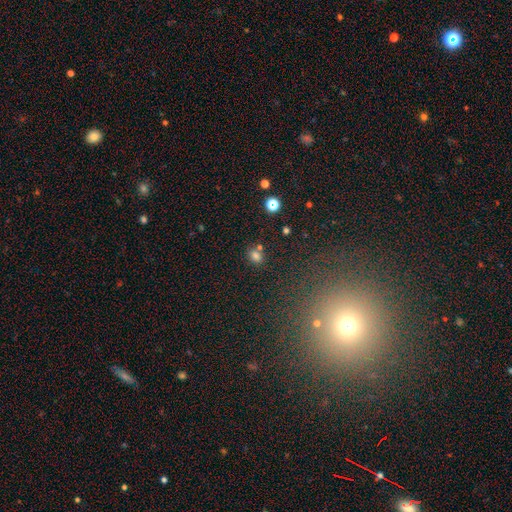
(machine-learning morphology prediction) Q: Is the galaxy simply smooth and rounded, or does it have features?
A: smooth — 74%.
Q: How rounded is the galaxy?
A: round — 58%.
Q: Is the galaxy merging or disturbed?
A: none — 64%.